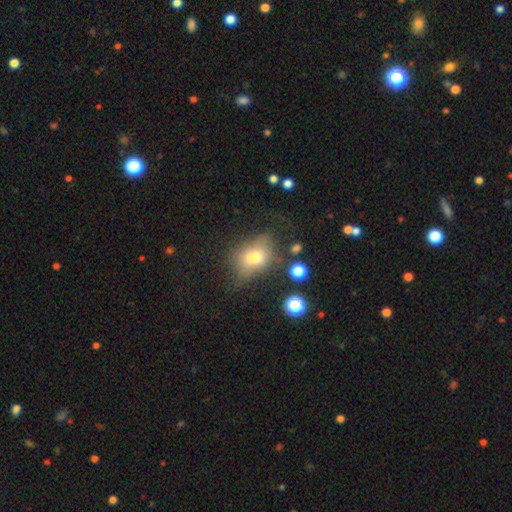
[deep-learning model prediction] Q: Smooth or featured?
A: smooth (56%); runner-up: featured or disk (24%)
Q: How rounded?
A: in between (55%); runner-up: round (43%)
Q: Merging?
A: none (62%); runner-up: minor disturbance (23%)